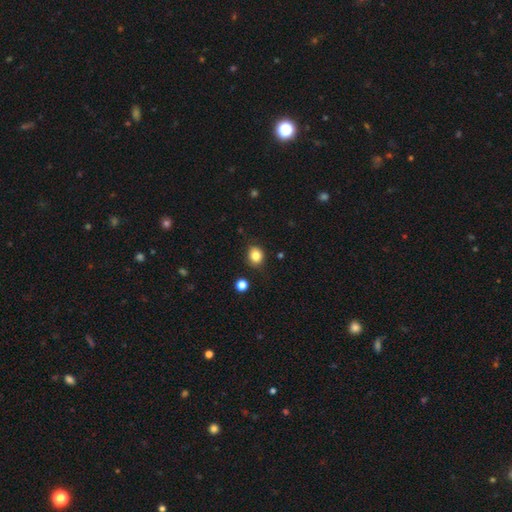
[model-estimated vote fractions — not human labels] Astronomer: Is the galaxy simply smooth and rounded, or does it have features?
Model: smooth — 83%.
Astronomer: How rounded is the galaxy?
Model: round — 63%.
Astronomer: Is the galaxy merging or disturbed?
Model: none — 84%.